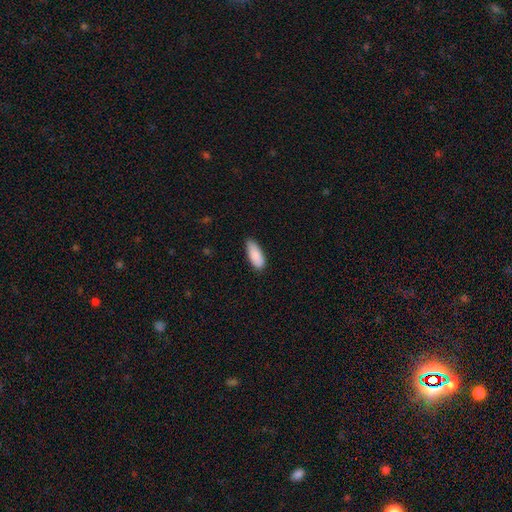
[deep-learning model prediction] Smooth or featured?
  - smooth: 89% *
  - star or artifact: 6%
  - featured or disk: 5%
How rounded?
  - in between: 79% *
  - cigar-shaped: 20%
  - round: 2%
Merging?
  - none: 80% *
  - minor disturbance: 17%
  - major disturbance: 2%
  - merger: 1%